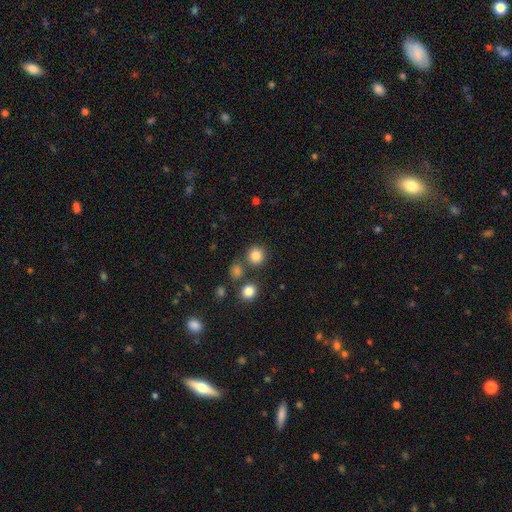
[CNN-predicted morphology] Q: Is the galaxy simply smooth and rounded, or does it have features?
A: smooth — 83%.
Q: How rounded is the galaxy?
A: round — 92%.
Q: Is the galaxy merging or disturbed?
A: none — 79%.